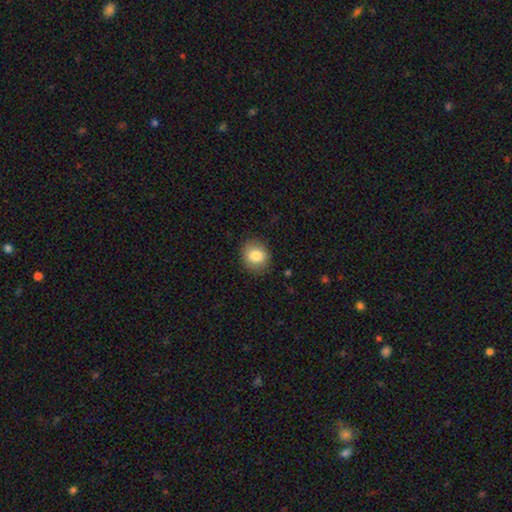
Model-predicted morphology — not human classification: smooth-or-featured: smooth: 84% | star or artifact: 9% | featured or disk: 7%
  how-rounded: round: 72% | in between: 27% | cigar-shaped: 1%
  merging: none: 86% | minor disturbance: 10% | major disturbance: 3% | merger: 1%